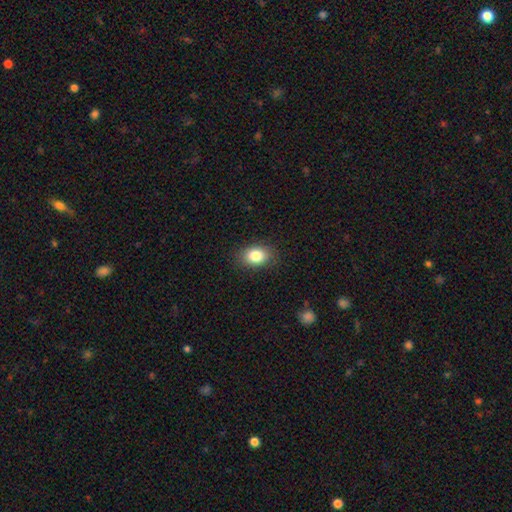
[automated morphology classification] Q: Smooth or featured?
A: smooth (83%); runner-up: star or artifact (9%)
Q: How rounded?
A: in between (73%); runner-up: round (26%)
Q: Merging?
A: none (86%); runner-up: minor disturbance (10%)